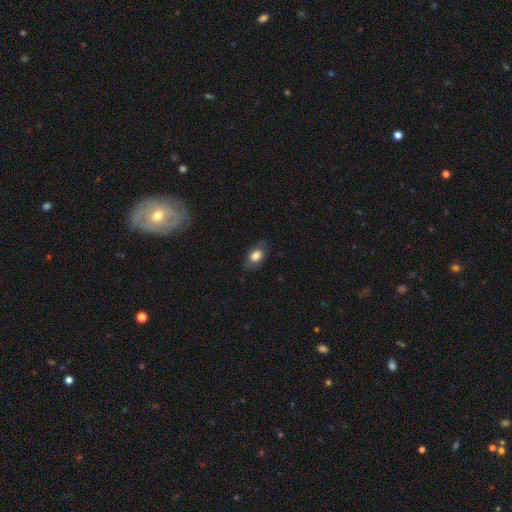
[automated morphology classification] This is likely a smooth galaxy (77%). How rounded: clearly in between (86%). Merging: likely none (76%).